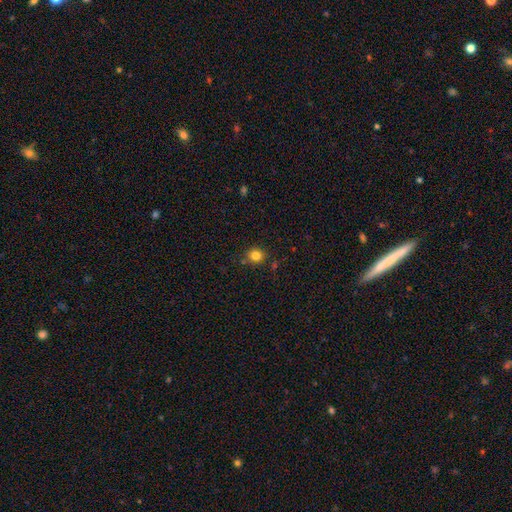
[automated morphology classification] Smooth or featured: smooth — 82% (star or artifact — 12%)
How rounded: round — 85% (in between — 14%)
Merging: none — 82% (minor disturbance — 11%)